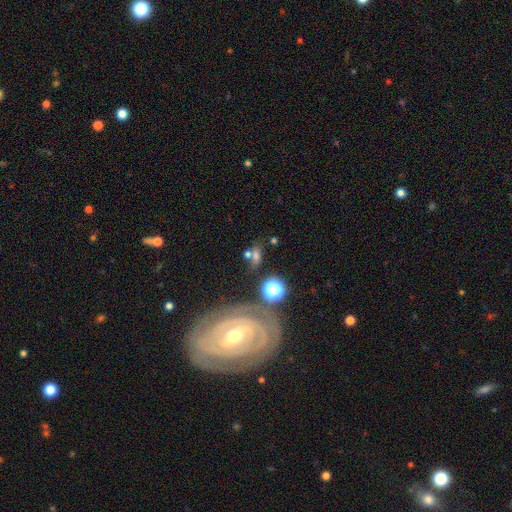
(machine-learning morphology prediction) Smooth or featured? smooth (55%)
How rounded? in between (60%)
Merging? none (50%)